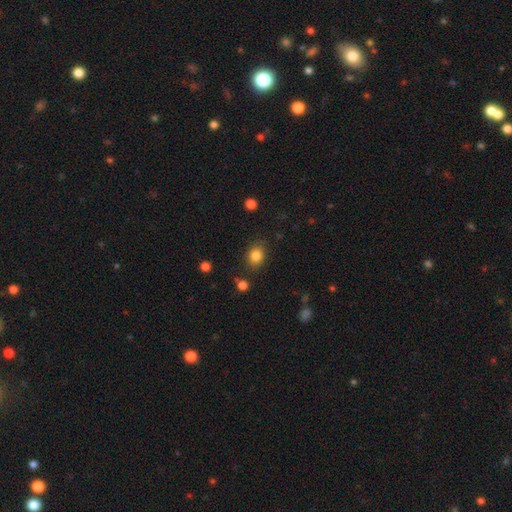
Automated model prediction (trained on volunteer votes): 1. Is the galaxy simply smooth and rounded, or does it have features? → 84% smooth, 11% star or artifact, 6% featured or disk.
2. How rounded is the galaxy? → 55% round, 44% in between, 1% cigar-shaped.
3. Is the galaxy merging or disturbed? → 82% none, 12% minor disturbance, 3% major disturbance, 3% merger.